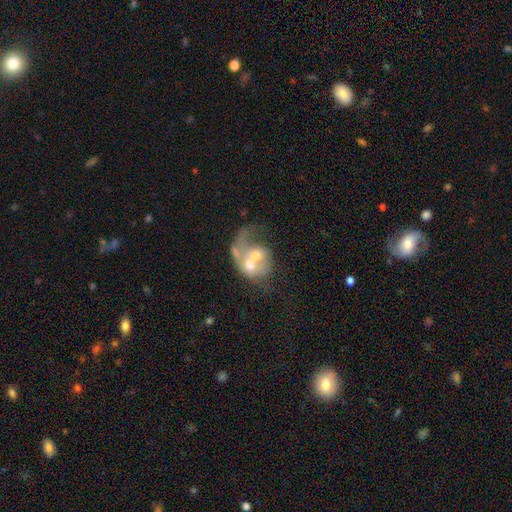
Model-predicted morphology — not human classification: This appears to be a featured or disk galaxy (59%) with no bar (82%), no spiral arms (54%) and a moderate central bulge (61%). Merging: merger (68%).